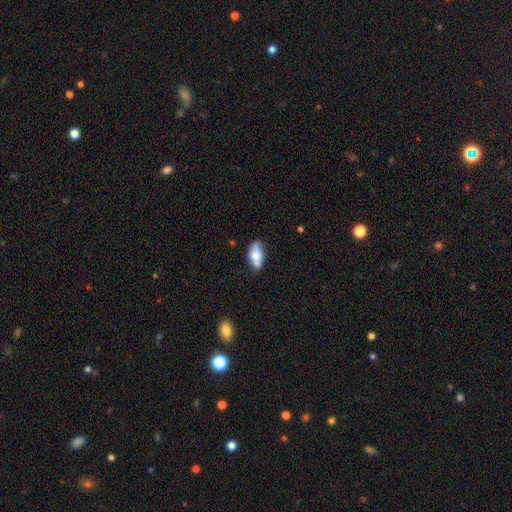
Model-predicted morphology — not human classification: This appears to be a smooth galaxy with no disk features (61%) that is in between round and cigar-shaped (86%). Merging: none (55%).